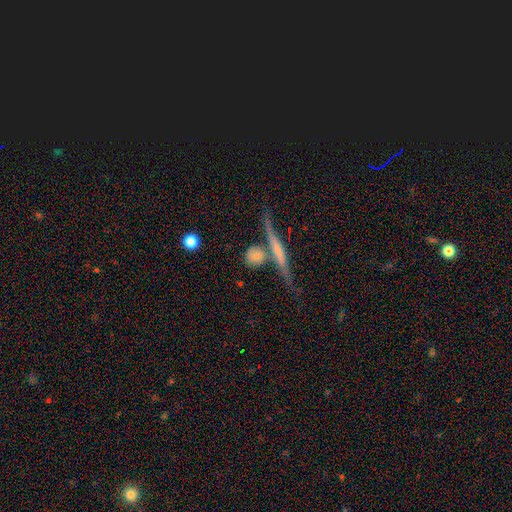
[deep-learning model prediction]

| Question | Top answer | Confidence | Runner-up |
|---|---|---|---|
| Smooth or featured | smooth | 65% | featured or disk (27%) |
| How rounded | round | 70% | cigar-shaped (16%) |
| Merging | none | 58% | merger (21%) |